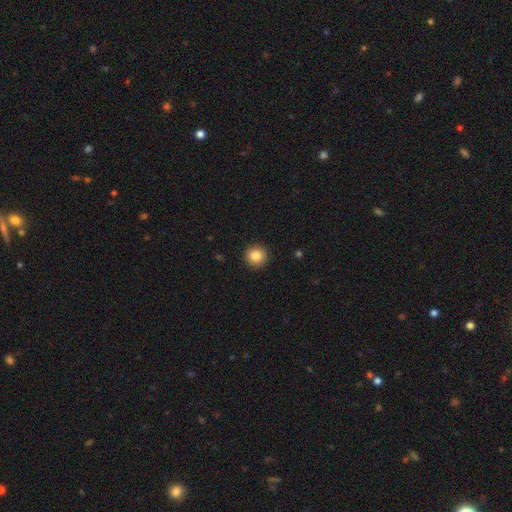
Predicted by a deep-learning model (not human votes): Overall: smooth (85%). How rounded: round (93%). Merging: none (93%).